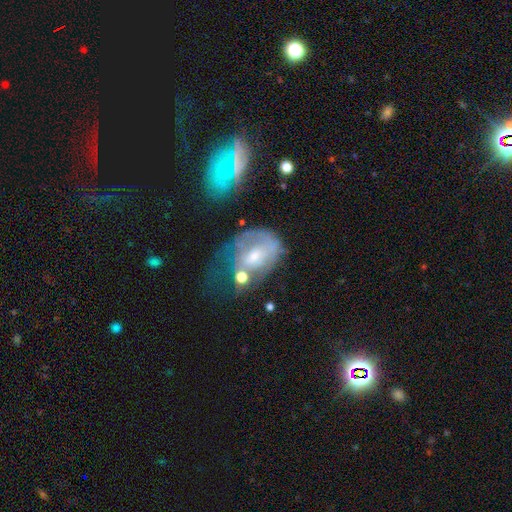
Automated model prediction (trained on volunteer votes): A featured or disk galaxy (57%) with no bar (62%), spiral arms (52%) and a small central bulge (48%). Merging: major disturbance (33%).